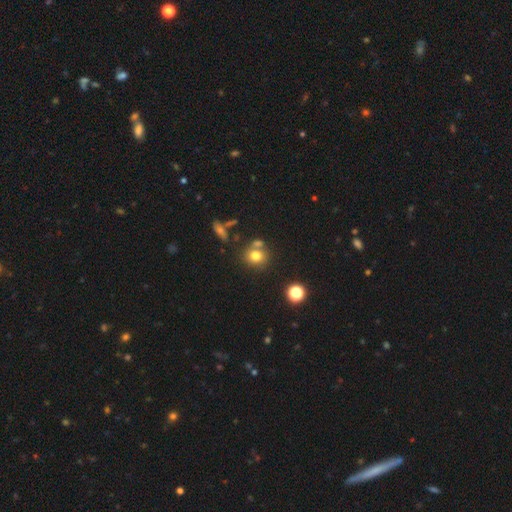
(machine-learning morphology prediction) smooth_or_featured: smooth (p=0.74) [alt: star or artifact p=0.15]
how_rounded: round (p=0.78) [alt: in between p=0.21]
merging: none (p=0.64) [alt: merger p=0.21]